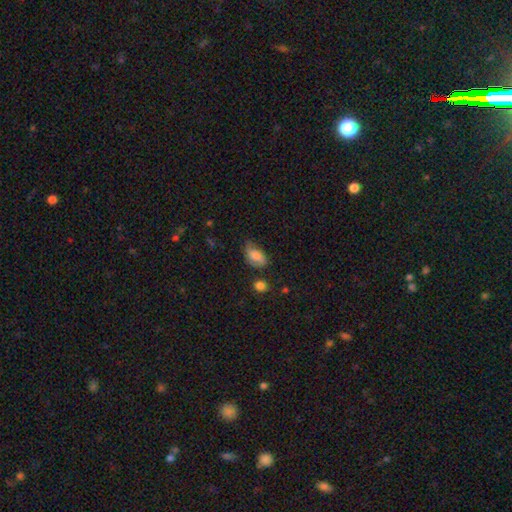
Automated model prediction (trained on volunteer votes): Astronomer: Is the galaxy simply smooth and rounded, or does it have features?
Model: smooth — 77%.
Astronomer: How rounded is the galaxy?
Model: in between — 90%.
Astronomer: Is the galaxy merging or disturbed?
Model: none — 44% (runner-up: minor disturbance, 39%).